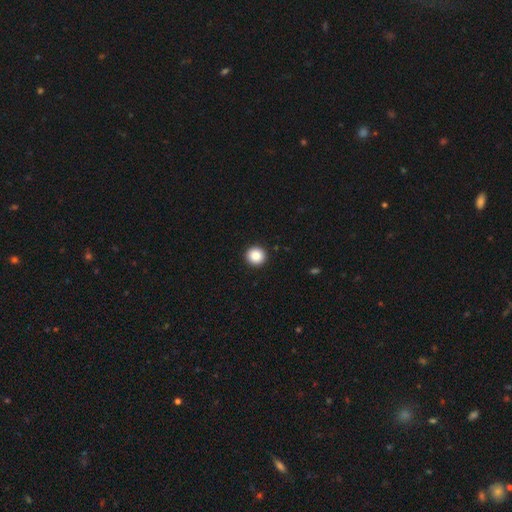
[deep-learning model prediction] Overall: smooth (88%). How rounded: round (95%). Merging: none (93%).